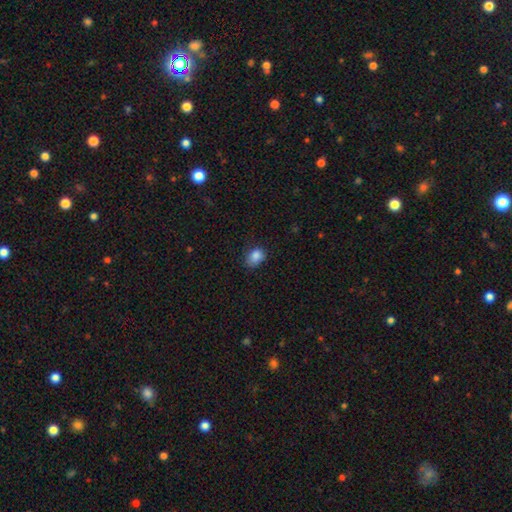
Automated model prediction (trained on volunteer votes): Smooth or featured?
  - smooth: 86% *
  - star or artifact: 10%
  - featured or disk: 4%
How rounded?
  - in between: 68% *
  - round: 31%
  - cigar-shaped: 1%
Merging?
  - none: 70% *
  - minor disturbance: 24%
  - major disturbance: 5%
  - merger: 1%